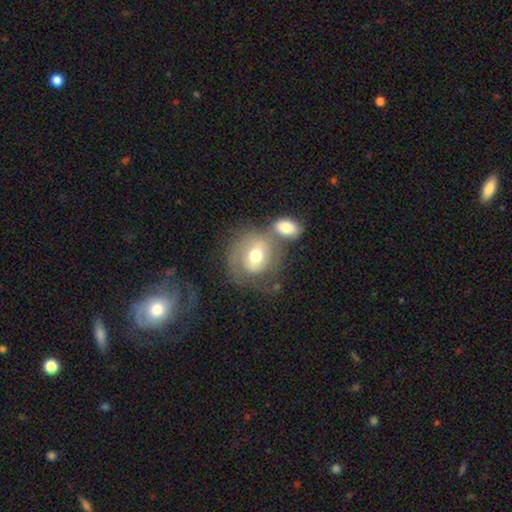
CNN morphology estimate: smooth_or_featured: featured or disk (p=0.49) [alt: smooth p=0.44]
merging: merger (p=0.41) [alt: none p=0.33]